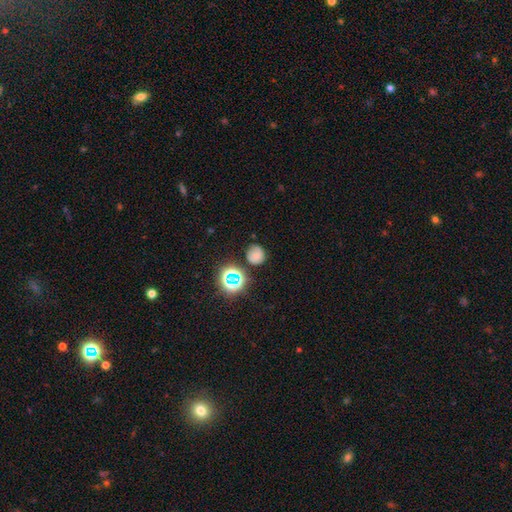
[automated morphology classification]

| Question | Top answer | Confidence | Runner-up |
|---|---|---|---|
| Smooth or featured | smooth | 67% | star or artifact (21%) |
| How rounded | round | 86% | in between (13%) |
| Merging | none | 73% | minor disturbance (17%) |